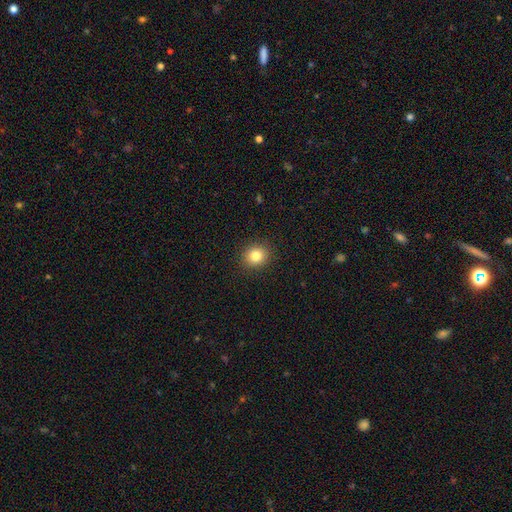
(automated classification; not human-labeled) Smooth or featured?
  - smooth: 82% *
  - star or artifact: 12%
  - featured or disk: 7%
How rounded?
  - round: 80% *
  - in between: 19%
  - cigar-shaped: 1%
Merging?
  - none: 91% *
  - minor disturbance: 6%
  - major disturbance: 2%
  - merger: 1%